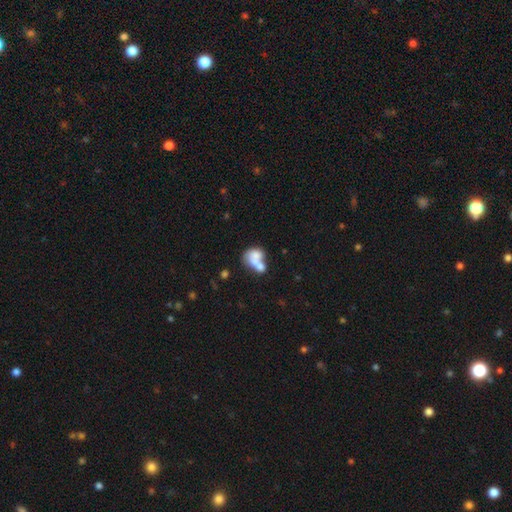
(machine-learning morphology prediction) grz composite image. It shows a smooth galaxy with no disk features (57%) that is in between round and cigar-shaped (60%). Merging: merger (67%).